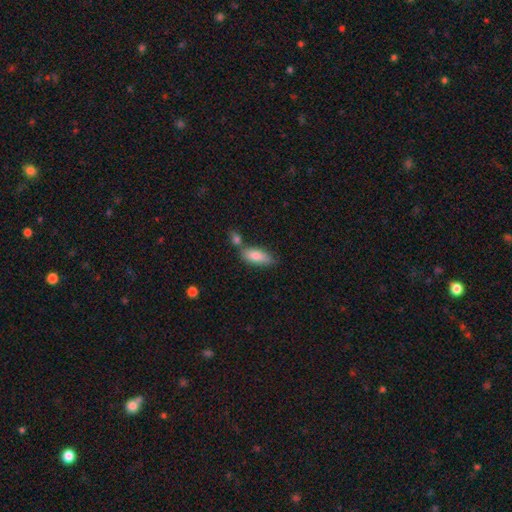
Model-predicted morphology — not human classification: smooth_or_featured: smooth (p=0.81) [alt: featured or disk p=0.12]
how_rounded: in between (p=0.77) [alt: cigar-shaped p=0.20]
merging: none (p=0.58) [alt: merger p=0.22]